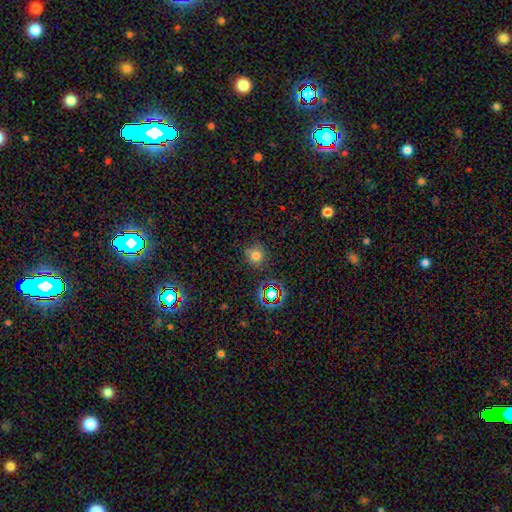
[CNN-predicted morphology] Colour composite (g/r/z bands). It shows a smooth galaxy with no disk features (72%) that is round (91%). Merging: none (80%).